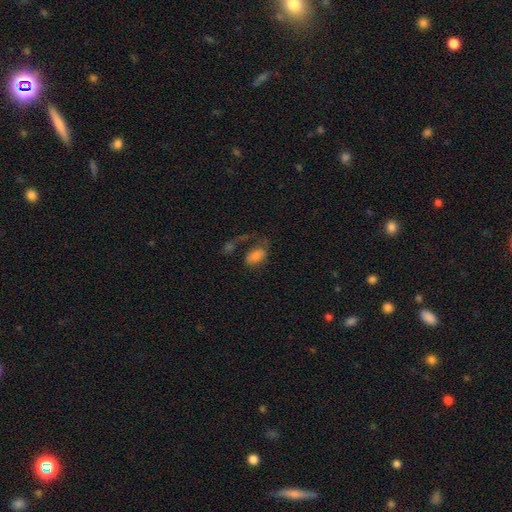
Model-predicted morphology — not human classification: The model was most divided on "merging": major disturbance: 35%, none: 32%, minor disturbance: 17%, merger: 15%. More confident: how rounded — in between (89%); smooth or featured — smooth (63%).